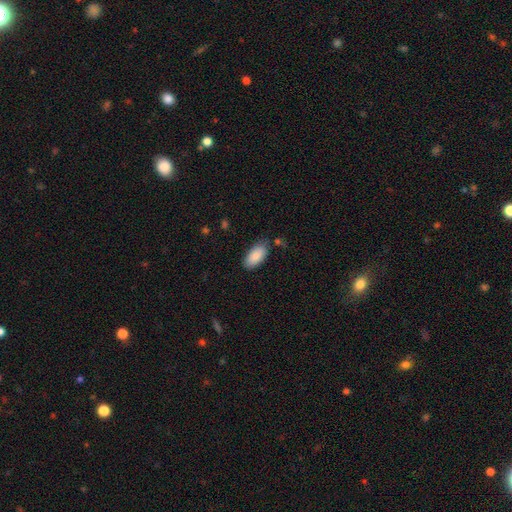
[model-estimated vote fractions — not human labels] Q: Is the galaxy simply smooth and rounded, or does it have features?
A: smooth — 89%.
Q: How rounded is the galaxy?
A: in between — 93%.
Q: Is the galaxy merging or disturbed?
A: none — 79%.